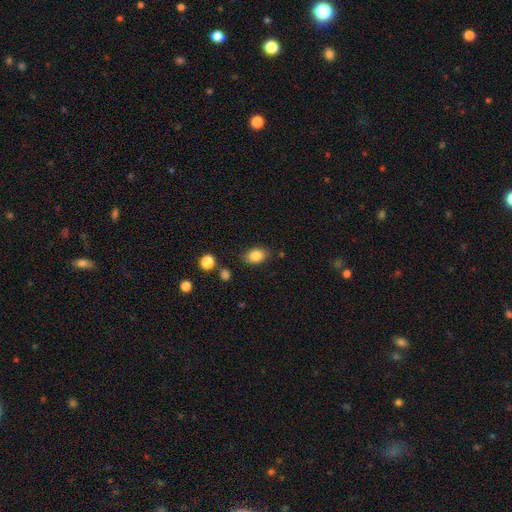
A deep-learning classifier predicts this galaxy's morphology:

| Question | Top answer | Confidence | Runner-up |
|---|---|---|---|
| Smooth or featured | smooth | 85% | star or artifact (9%) |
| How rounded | in between | 82% | round (17%) |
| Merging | none | 81% | minor disturbance (13%) |